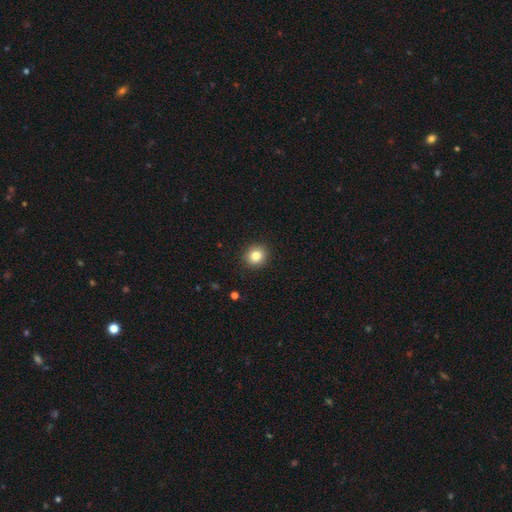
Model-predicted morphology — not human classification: This appears to be a smooth galaxy with no disk features (84%) that is round (87%). Merging: none (91%).